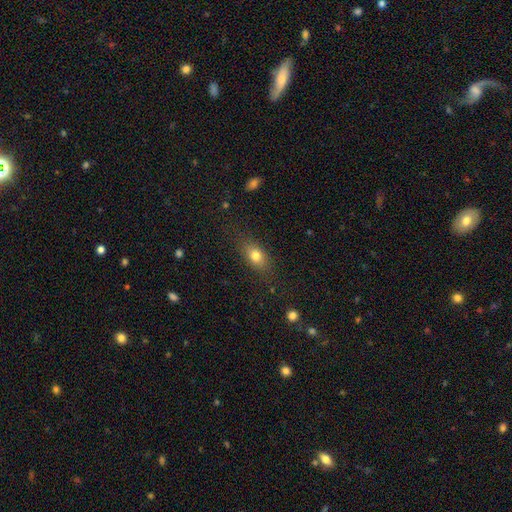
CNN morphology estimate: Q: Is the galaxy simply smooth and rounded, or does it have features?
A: smooth — 77%.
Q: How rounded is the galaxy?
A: in between — 78%.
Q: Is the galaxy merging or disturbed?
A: none — 79%.